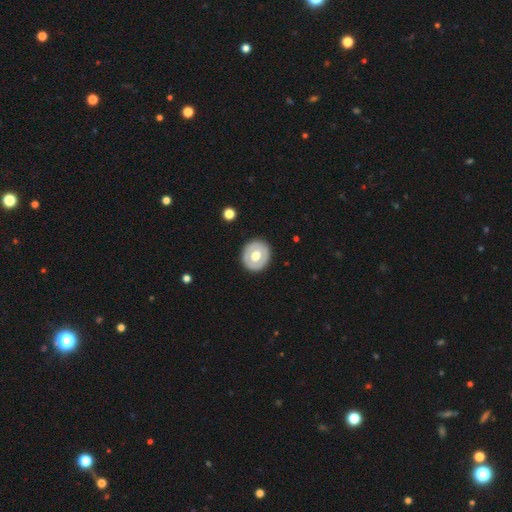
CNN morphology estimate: smooth-or-featured: smooth: 49% | featured or disk: 45% | star or artifact: 5%
  merging: none: 88% | minor disturbance: 8% | major disturbance: 2% | merger: 1%